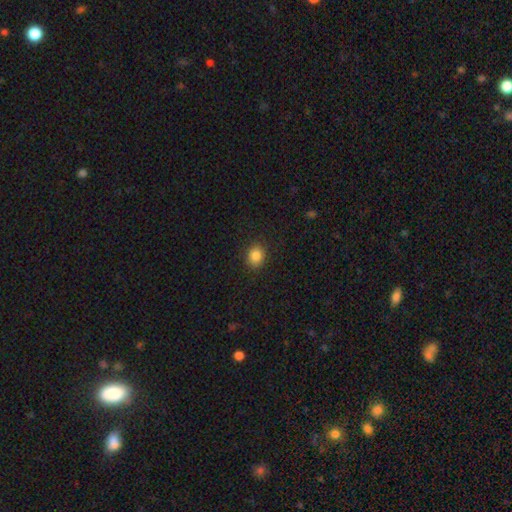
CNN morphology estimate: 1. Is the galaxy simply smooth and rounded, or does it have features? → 85% smooth, 10% star or artifact, 5% featured or disk.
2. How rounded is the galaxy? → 65% round, 34% in between, 1% cigar-shaped.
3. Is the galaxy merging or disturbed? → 89% none, 7% minor disturbance, 2% major disturbance, 1% merger.